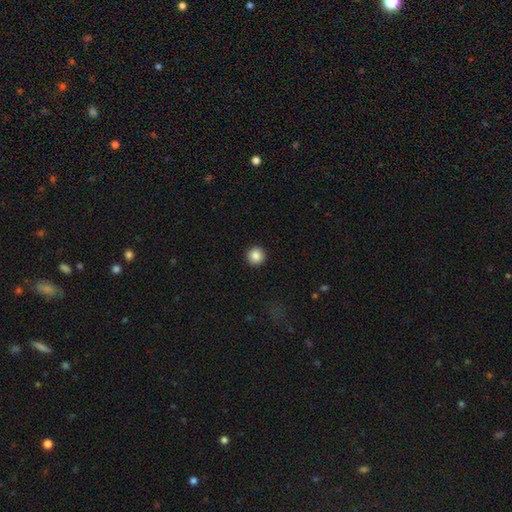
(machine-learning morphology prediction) Smooth or featured? Predicted: smooth (p=0.87). How rounded? Predicted: round (p=0.96). Merging? Predicted: none (p=0.93).